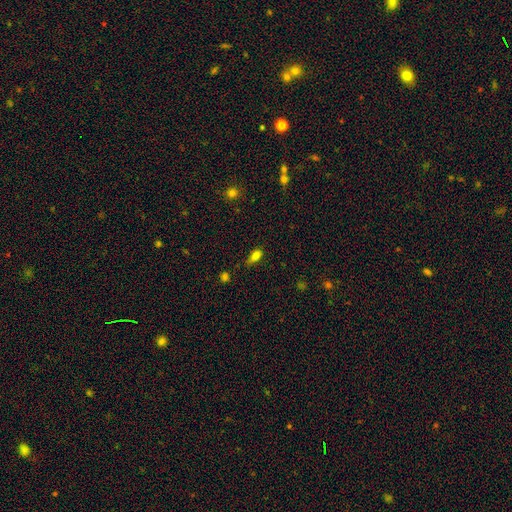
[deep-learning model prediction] smooth 79%, star or artifact 13%, featured or disk 8%. Down the decision tree: how rounded — in between (82%); merging — none (63%).